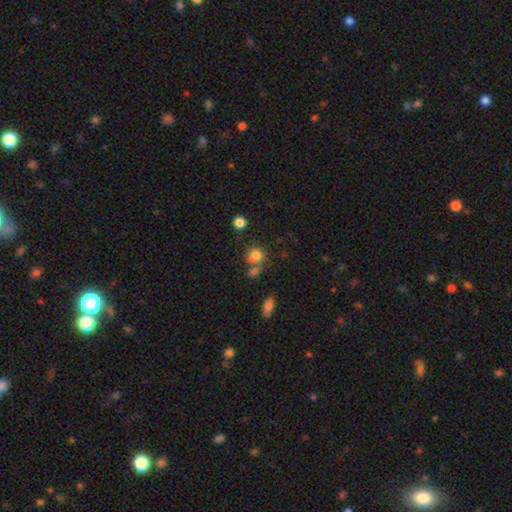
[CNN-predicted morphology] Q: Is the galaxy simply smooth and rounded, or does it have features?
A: smooth — 79%.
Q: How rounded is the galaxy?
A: round — 78%.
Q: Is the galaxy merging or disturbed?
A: none — 52%.